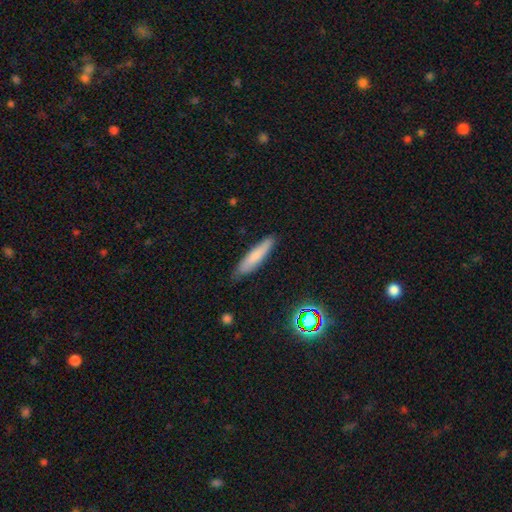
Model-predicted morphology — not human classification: smooth 75%, featured or disk 17%, star or artifact 8%. Down the decision tree: how rounded — cigar-shaped (84%); merging — none (81%).